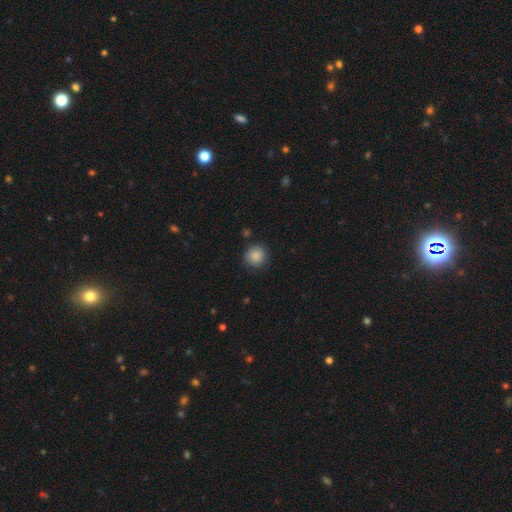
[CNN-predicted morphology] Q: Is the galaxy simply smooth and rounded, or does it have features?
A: smooth — 87%.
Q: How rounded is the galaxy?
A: round — 92%.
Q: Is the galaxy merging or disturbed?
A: none — 84%.